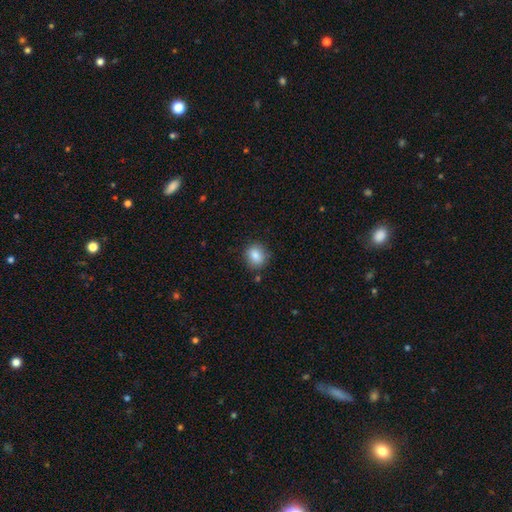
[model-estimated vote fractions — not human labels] Smooth or featured? smooth (85%)
How rounded? round (66%)
Merging? none (84%)